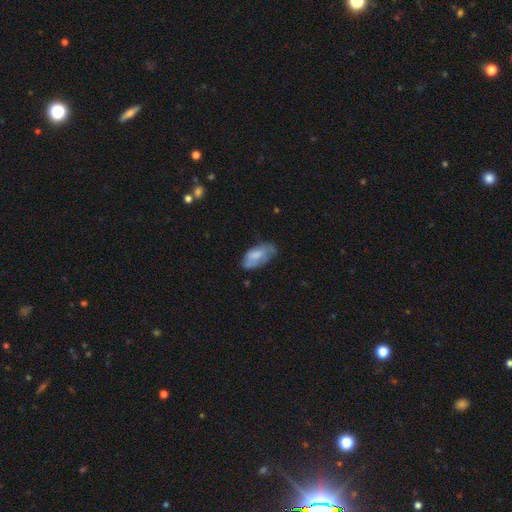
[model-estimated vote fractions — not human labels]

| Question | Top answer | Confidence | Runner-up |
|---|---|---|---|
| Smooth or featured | smooth | 65% | featured or disk (28%) |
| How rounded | in between | 92% | cigar-shaped (5%) |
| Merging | none | 49% | minor disturbance (34%) |